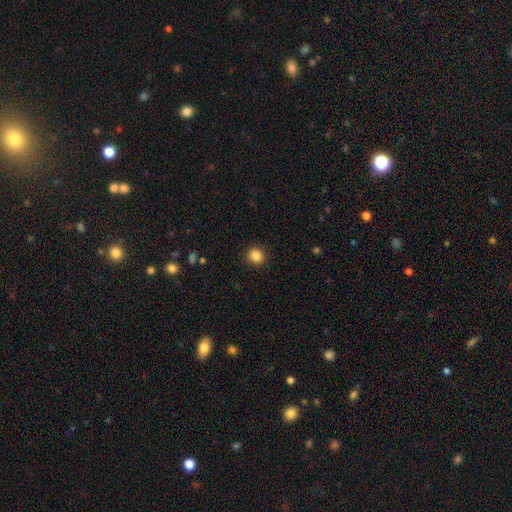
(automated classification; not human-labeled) This appears to be a smooth galaxy with no disk features (85%) that is round (84%). Merging: none (91%).